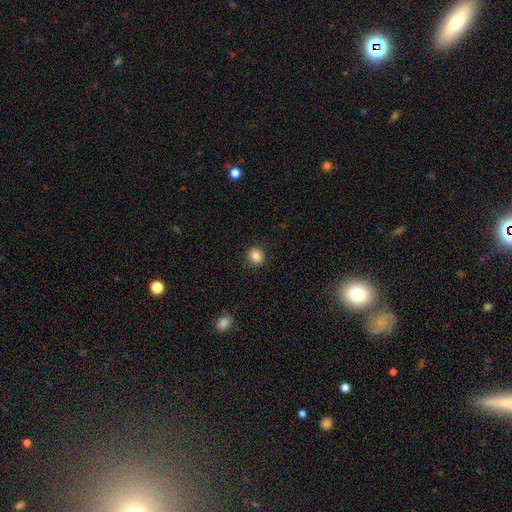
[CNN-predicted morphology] smooth_or_featured: smooth (p=0.85) [alt: star or artifact p=0.10]
how_rounded: round (p=0.86) [alt: in between p=0.13]
merging: none (p=0.90) [alt: minor disturbance p=0.07]